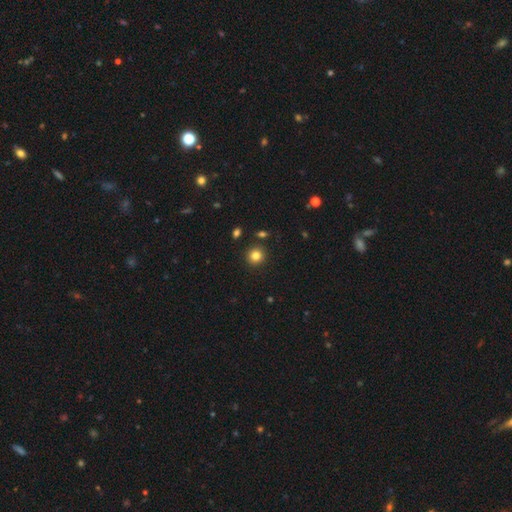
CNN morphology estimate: Overall: smooth (82%). How rounded: round (92%). Merging: none (89%).